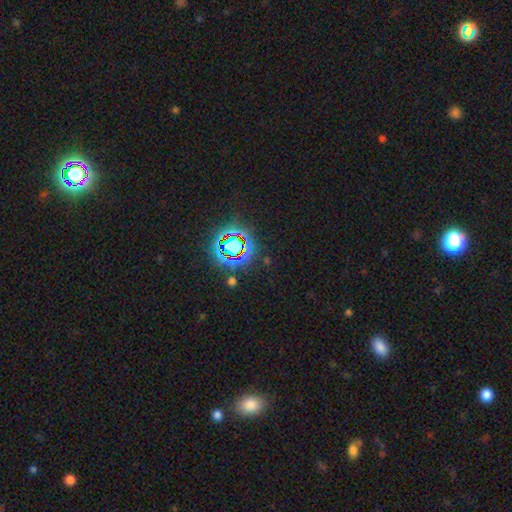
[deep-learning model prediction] smooth_or_featured: star or artifact (p=0.80) [alt: smooth p=0.12]